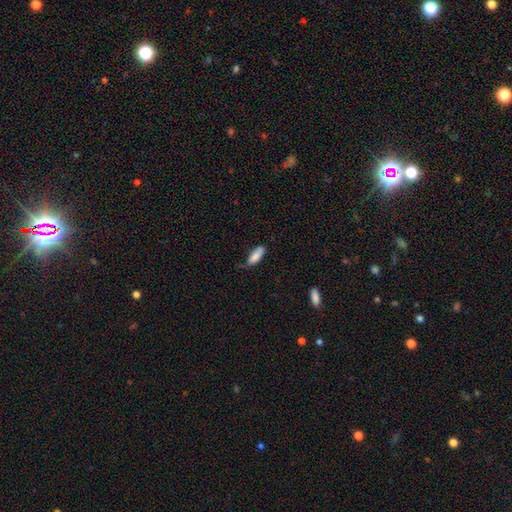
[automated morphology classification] smooth-or-featured: smooth: 86% | featured or disk: 7% | star or artifact: 7%
  how-rounded: in between: 64% | cigar-shaped: 34% | round: 2%
  merging: none: 48% | minor disturbance: 38% | major disturbance: 10% | merger: 4%